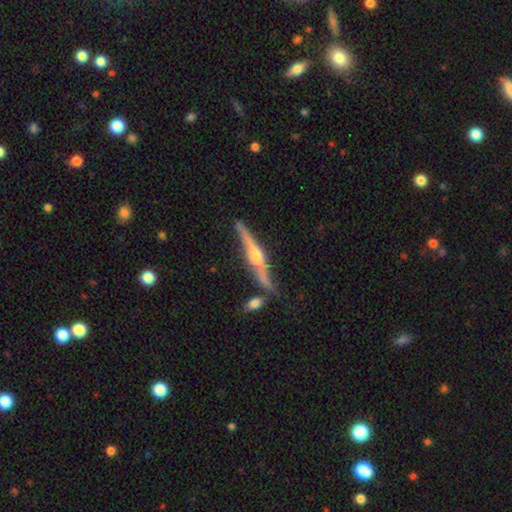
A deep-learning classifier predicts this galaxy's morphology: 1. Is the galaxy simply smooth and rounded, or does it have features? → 85% featured or disk, 10% smooth, 5% star or artifact.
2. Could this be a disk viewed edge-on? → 98% yes, 2% no.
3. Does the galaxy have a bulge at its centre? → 92% rounded, 4% boxy, 3% none.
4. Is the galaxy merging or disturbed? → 80% none, 12% minor disturbance, 6% merger, 3% major disturbance.